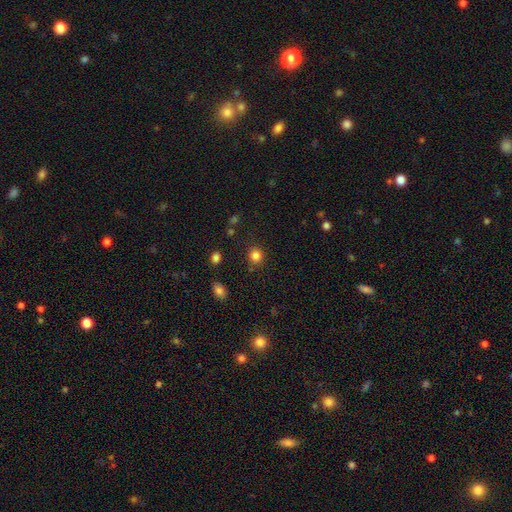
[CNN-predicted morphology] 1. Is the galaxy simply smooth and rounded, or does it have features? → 84% smooth, 12% star or artifact, 4% featured or disk.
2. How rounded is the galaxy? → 86% round, 13% in between, 1% cigar-shaped.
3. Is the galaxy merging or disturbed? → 85% none, 9% minor disturbance, 3% merger, 3% major disturbance.